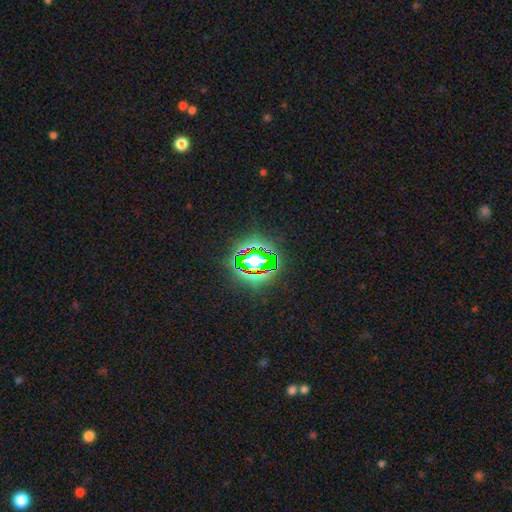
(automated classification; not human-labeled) Morphology: type=star or artifact (81%).